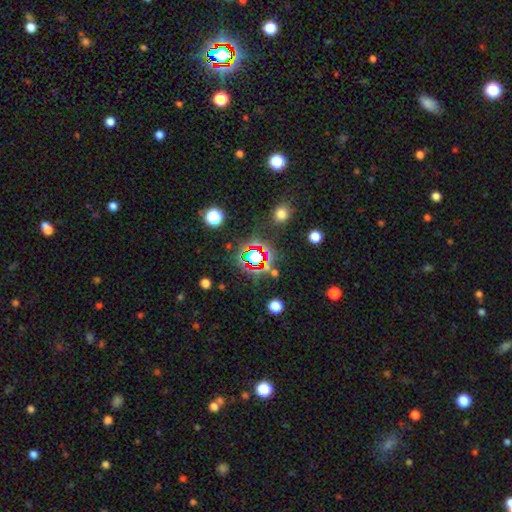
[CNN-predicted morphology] A star or artifact, not a galaxy (64%).

Vote fractions:
- Smooth or featured? star or artifact: 64% / smooth: 23% / featured or disk: 13%